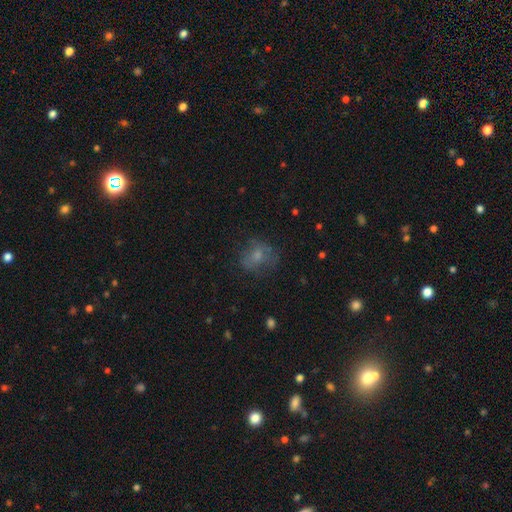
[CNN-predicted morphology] Smooth or featured: smooth — 58% (featured or disk — 27%)
How rounded: round — 56% (in between — 43%)
Merging: none — 57% (minor disturbance — 23%)